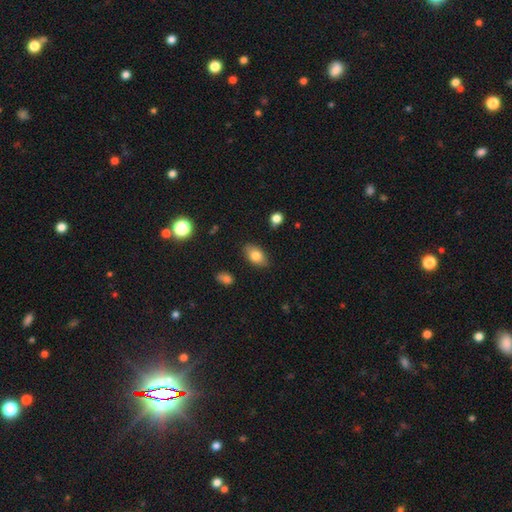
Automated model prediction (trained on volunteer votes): smooth 80%, featured or disk 12%, star or artifact 8%. Down the decision tree: how rounded — in between (89%); merging — none (85%).